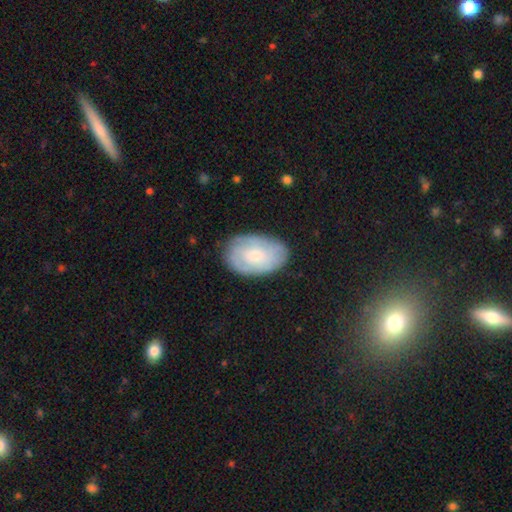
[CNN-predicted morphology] Smooth or featured: featured or disk — 49% (smooth — 44%)
Merging: none — 78% (minor disturbance — 17%)